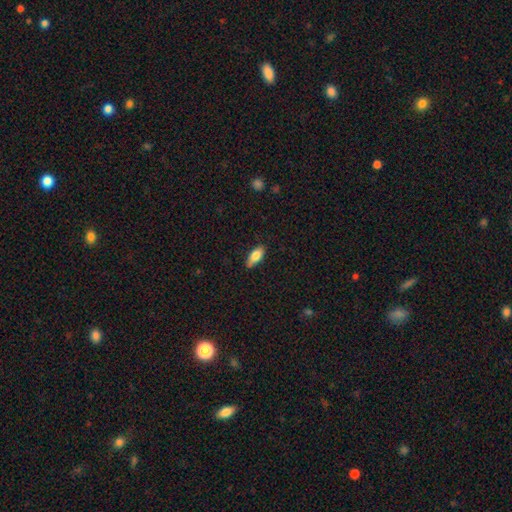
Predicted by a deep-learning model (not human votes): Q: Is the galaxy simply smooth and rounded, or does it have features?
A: smooth — 78%.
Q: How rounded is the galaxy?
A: in between — 81%.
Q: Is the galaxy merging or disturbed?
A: none — 82%.